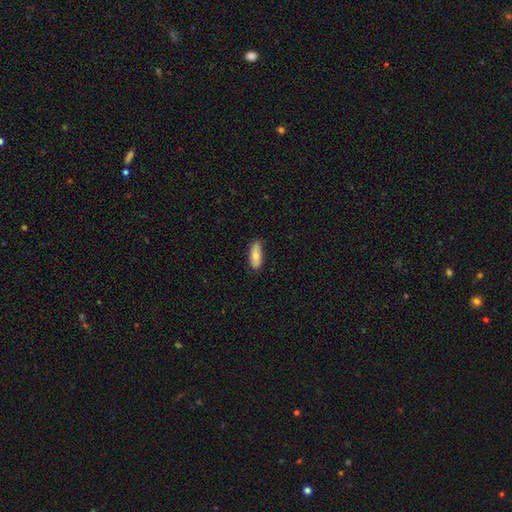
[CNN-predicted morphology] type=smooth (81%); roundness=in between (73%); merging=none (82%).